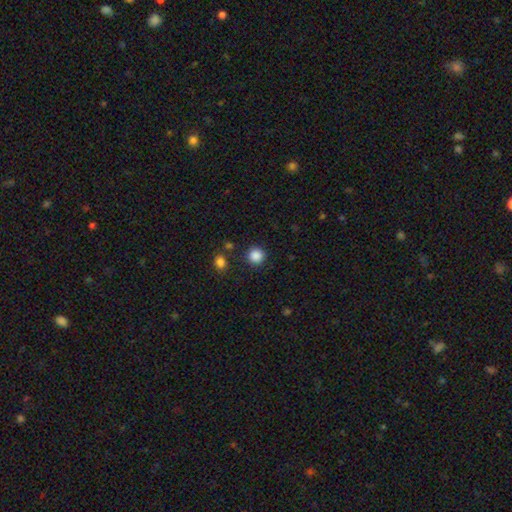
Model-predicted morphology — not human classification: Q: Smooth or featured?
A: smooth (87%); runner-up: star or artifact (10%)
Q: How rounded?
A: round (93%); runner-up: in between (6%)
Q: Merging?
A: none (88%); runner-up: minor disturbance (7%)